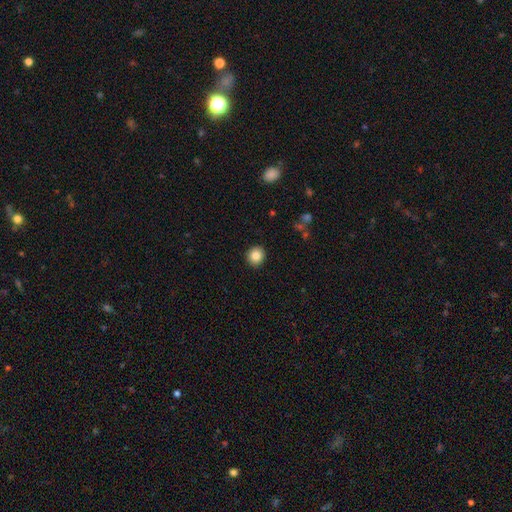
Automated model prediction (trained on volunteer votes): A smooth galaxy with no disk features (85%) that is round (88%).

Vote fractions:
- Smooth or featured? smooth: 85% / star or artifact: 9% / featured or disk: 6%
- How rounded? round: 88% / in between: 11% / cigar-shaped: 1%
- Merging? none: 91% / minor disturbance: 6% / major disturbance: 2% / merger: 1%